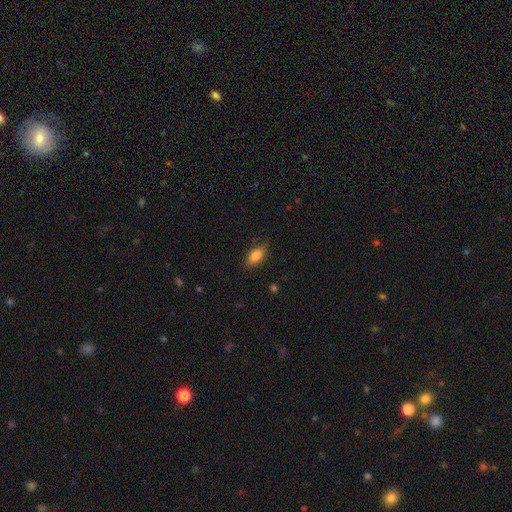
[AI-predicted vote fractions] smooth 82%, featured or disk 11%, star or artifact 8%. Down the decision tree: how rounded — in between (85%); merging — none (80%).